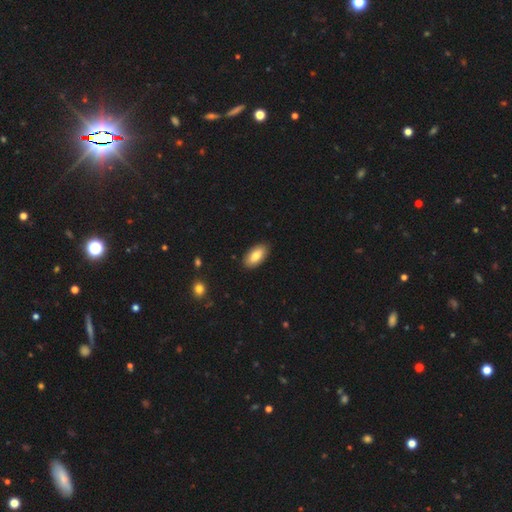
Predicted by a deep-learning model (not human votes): smooth 82%, featured or disk 12%, star or artifact 6%. Down the decision tree: how rounded — in between (93%); merging — none (89%).